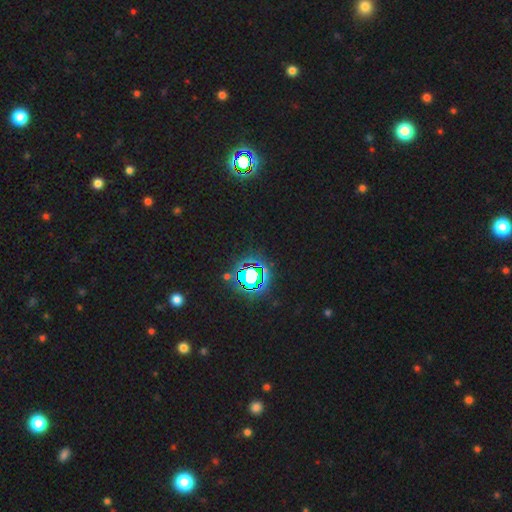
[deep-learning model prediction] Overall: star or artifact (82%).